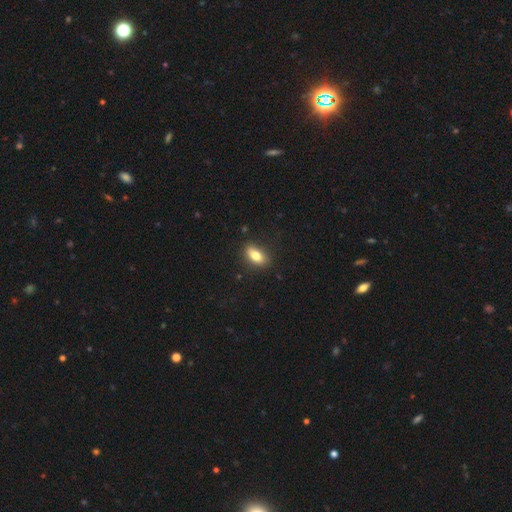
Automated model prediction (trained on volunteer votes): smooth_or_featured: smooth (p=0.78) [alt: featured or disk p=0.13]
how_rounded: in between (p=0.85) [alt: round p=0.09]
merging: none (p=0.82) [alt: minor disturbance p=0.14]